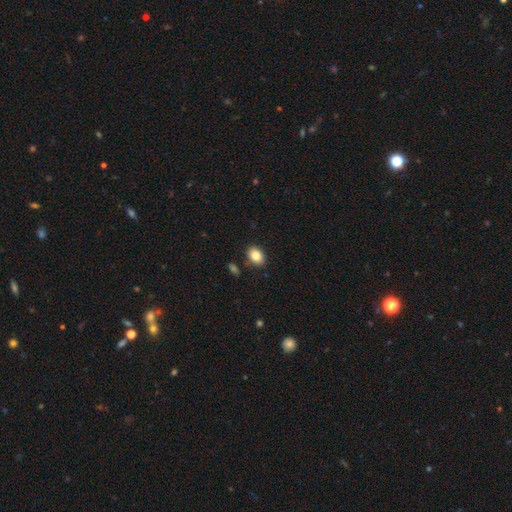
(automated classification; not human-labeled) Smooth or featured? smooth (85%)
How rounded? in between (76%)
Merging? none (85%)